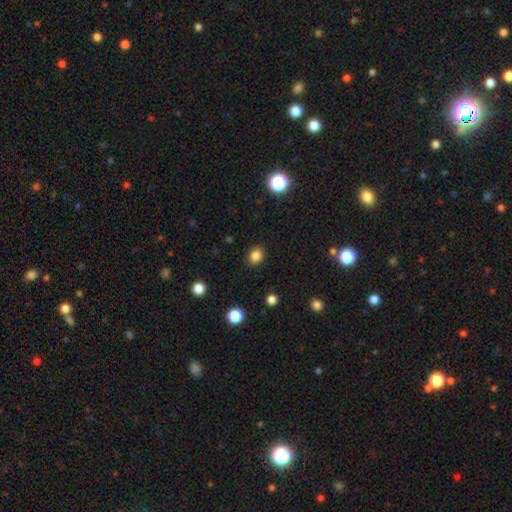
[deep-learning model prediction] Q: Smooth or featured?
A: smooth (84%); runner-up: star or artifact (12%)
Q: How rounded?
A: round (58%); runner-up: in between (41%)
Q: Merging?
A: none (88%); runner-up: minor disturbance (8%)